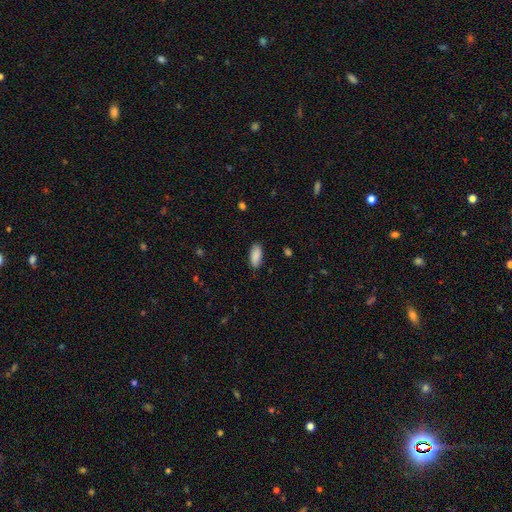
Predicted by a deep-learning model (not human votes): smooth_or_featured: smooth (p=0.89) [alt: star or artifact p=0.06]
how_rounded: in between (p=0.86) [alt: cigar-shaped p=0.12]
merging: none (p=0.87) [alt: minor disturbance p=0.10]